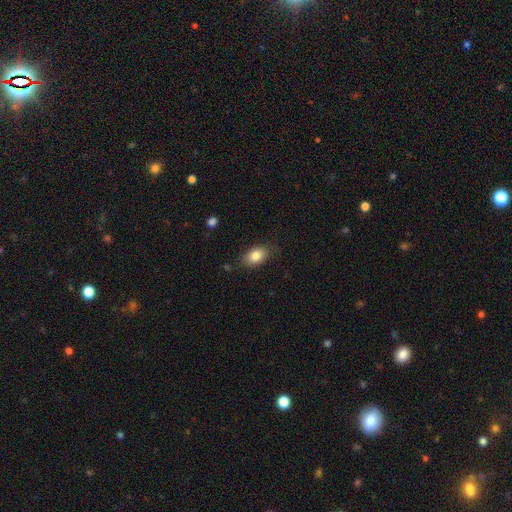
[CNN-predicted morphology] This appears to be a smooth galaxy with no disk features (84%) that is in between round and cigar-shaped (88%). Merging: none (81%).